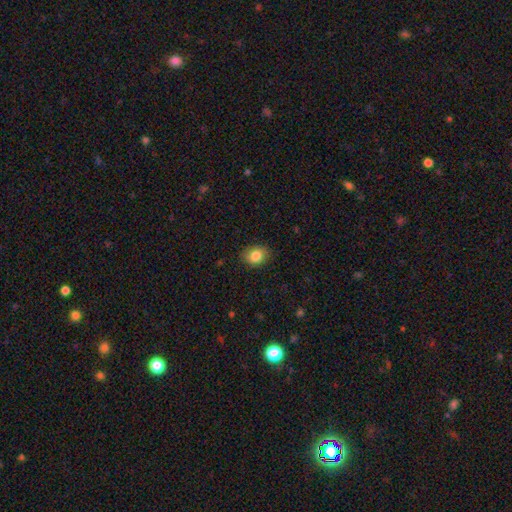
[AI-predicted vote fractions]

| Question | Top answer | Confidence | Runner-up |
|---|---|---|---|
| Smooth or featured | smooth | 84% | star or artifact (9%) |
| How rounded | in between | 53% | round (46%) |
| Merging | none | 85% | minor disturbance (11%) |